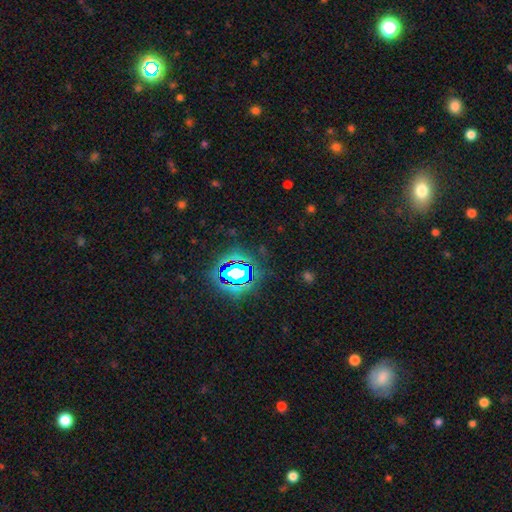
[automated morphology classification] The model was most divided on "smooth or featured": star or artifact: 77%, smooth: 14%, featured or disk: 8%.